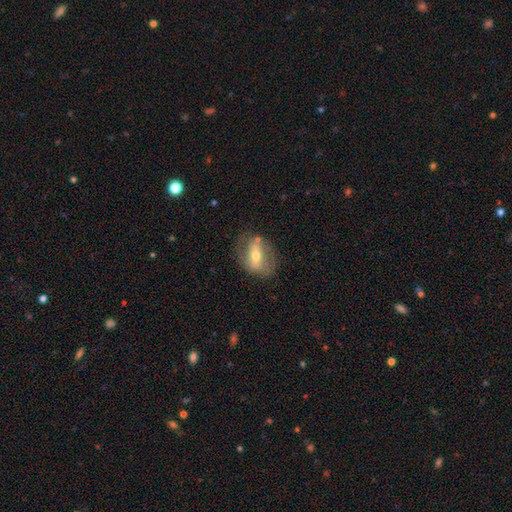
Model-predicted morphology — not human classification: This is possibly a featured or disk galaxy (56%). It is clearly not viewed edge-on (89%). Merging: likely none (67%).